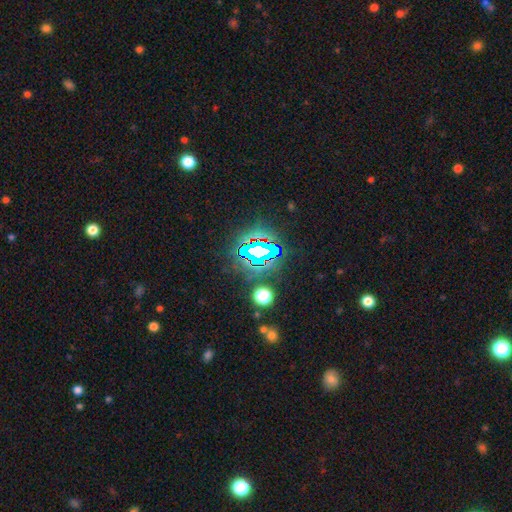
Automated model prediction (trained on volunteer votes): A star or artifact, not a galaxy (73%).

Vote fractions:
- Smooth or featured? star or artifact: 73% / smooth: 17% / featured or disk: 11%